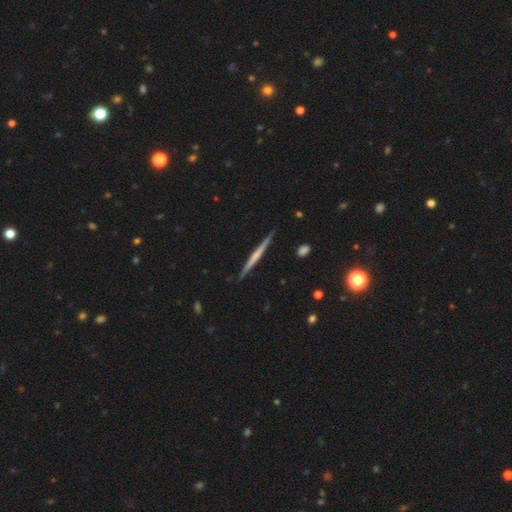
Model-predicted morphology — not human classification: This appears to be a featured or disk galaxy (60%) viewed edge-on (98%) with no central bulge (71%). Merging: none (90%).